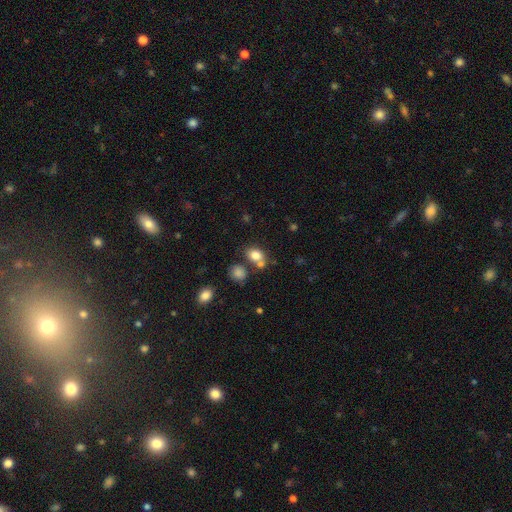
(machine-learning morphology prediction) Smooth or featured: smooth — 79% (star or artifact — 11%)
How rounded: in between — 63% (round — 36%)
Merging: none — 52% (merger — 29%)